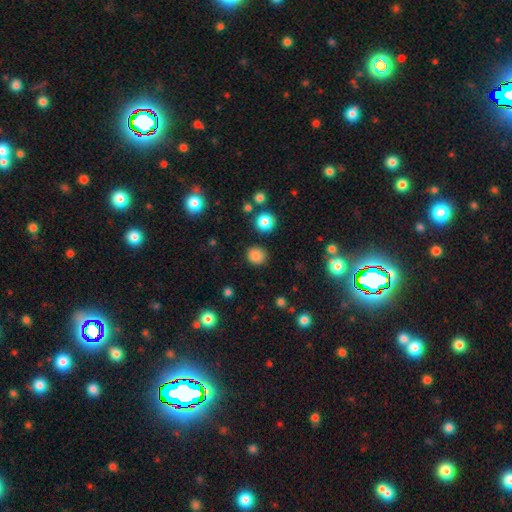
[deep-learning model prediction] Smooth or featured? Predicted: smooth (p=0.82). How rounded? Predicted: round (p=0.86). Merging? Predicted: none (p=0.87).